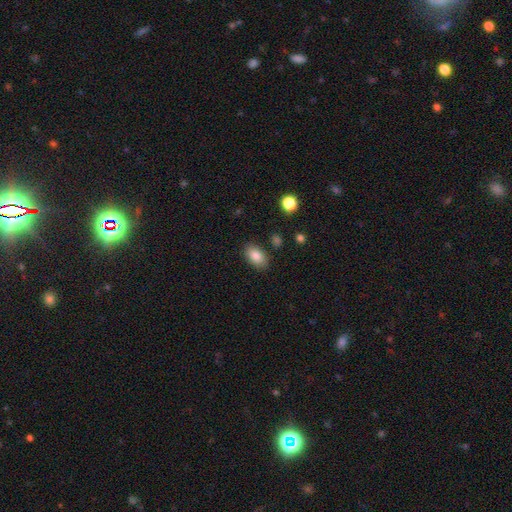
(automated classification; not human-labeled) This appears to be a smooth galaxy with no disk features (85%) that is in between round and cigar-shaped (91%). Merging: none (85%).